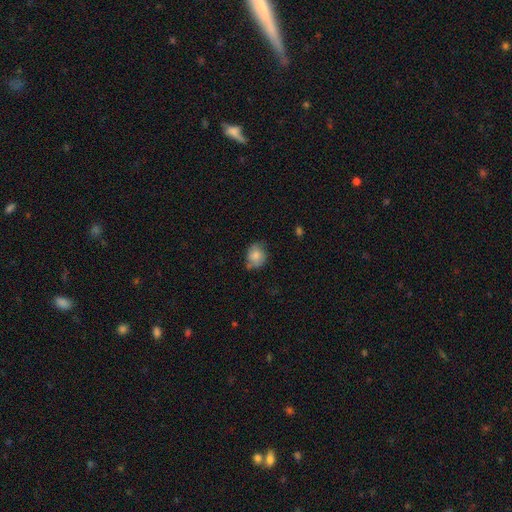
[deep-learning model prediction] Q: Smooth or featured?
A: smooth (72%); runner-up: featured or disk (19%)
Q: How rounded?
A: round (58%); runner-up: in between (41%)
Q: Merging?
A: none (60%); runner-up: minor disturbance (30%)